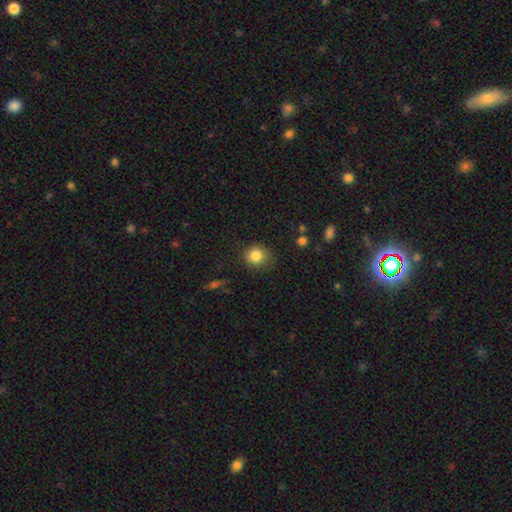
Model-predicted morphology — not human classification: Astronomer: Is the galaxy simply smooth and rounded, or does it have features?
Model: smooth — 84%.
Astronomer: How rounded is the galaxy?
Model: round — 82%.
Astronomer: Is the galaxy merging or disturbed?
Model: none — 80%.